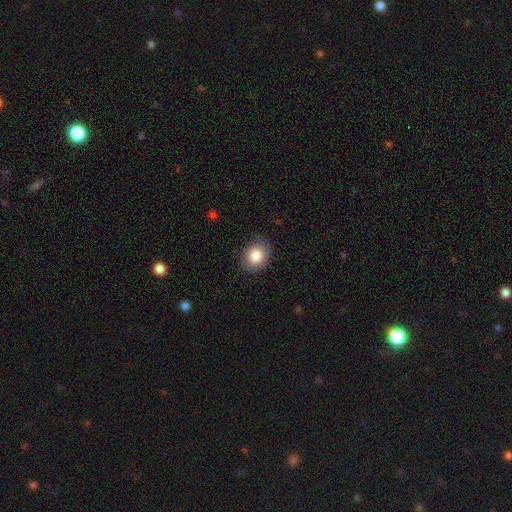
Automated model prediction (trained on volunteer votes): smooth-or-featured: smooth: 86% | star or artifact: 8% | featured or disk: 6%
  how-rounded: round: 57% | in between: 43% | cigar-shaped: 1%
  merging: none: 82% | minor disturbance: 13% | major disturbance: 3% | merger: 1%